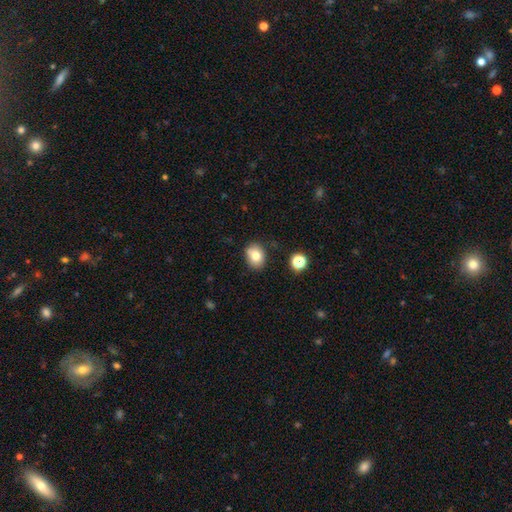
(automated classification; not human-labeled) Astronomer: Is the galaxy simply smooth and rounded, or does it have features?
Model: smooth — 78%.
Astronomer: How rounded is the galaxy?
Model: in between — 58% (runner-up: round, 41%).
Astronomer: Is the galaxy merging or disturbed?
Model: none — 79%.